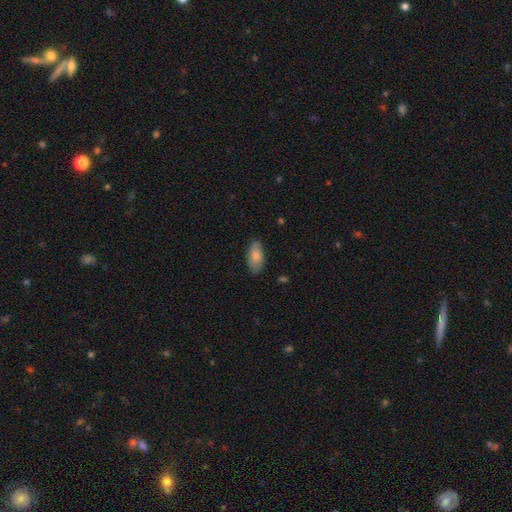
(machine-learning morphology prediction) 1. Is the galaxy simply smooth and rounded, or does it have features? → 82% smooth, 12% featured or disk, 6% star or artifact.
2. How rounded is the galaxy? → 91% in between, 6% cigar-shaped, 2% round.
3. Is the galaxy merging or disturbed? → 82% none, 14% minor disturbance, 3% major disturbance, 1% merger.